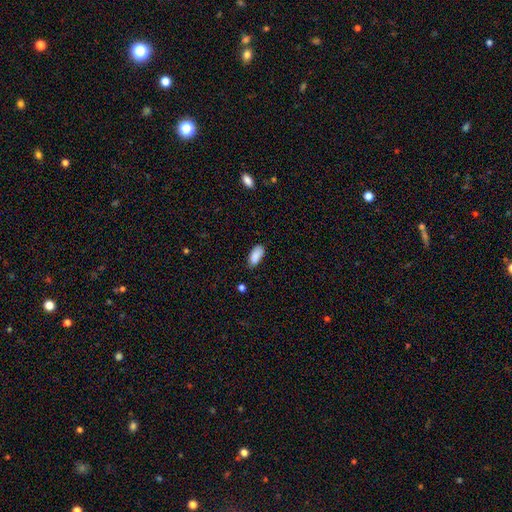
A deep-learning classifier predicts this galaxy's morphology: Smooth or featured: smooth — 88% (star or artifact — 7%)
How rounded: in between — 90% (cigar-shaped — 8%)
Merging: none — 75% (minor disturbance — 19%)